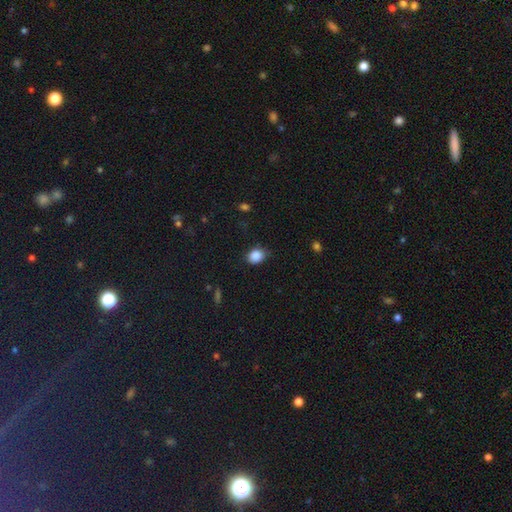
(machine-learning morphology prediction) A smooth galaxy with no disk features (87%) that is round (51%). Merging: none (75%).